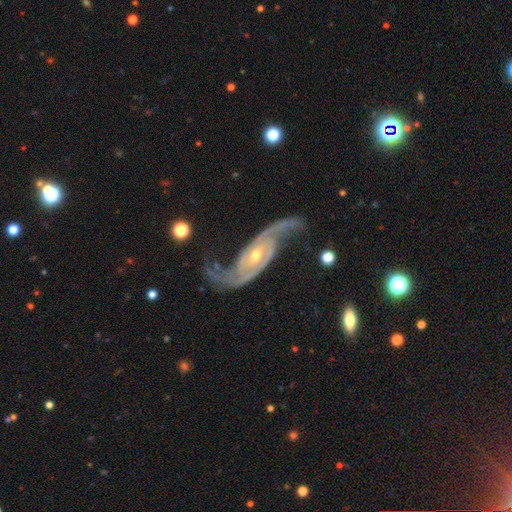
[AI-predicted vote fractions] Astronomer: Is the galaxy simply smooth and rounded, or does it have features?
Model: featured or disk — 93%.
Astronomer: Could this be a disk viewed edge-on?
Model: no — 95%.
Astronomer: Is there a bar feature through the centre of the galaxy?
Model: no — 58%.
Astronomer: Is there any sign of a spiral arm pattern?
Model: yes — 98%.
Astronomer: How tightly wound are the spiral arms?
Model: loose — 45% (runner-up: medium, 41%).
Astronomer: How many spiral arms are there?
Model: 2 — 92%.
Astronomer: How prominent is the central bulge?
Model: small — 55% (runner-up: moderate, 41%).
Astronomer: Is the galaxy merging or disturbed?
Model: none — 69%.